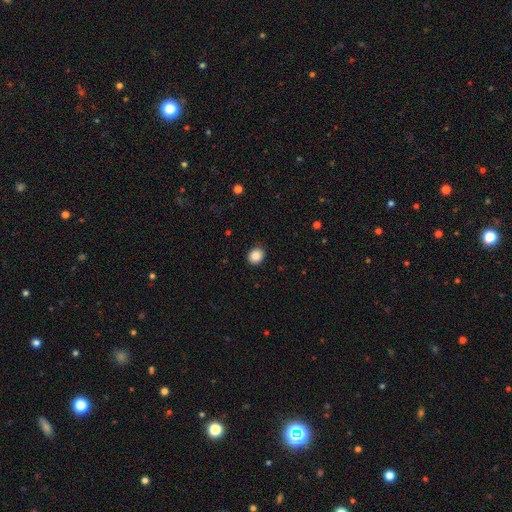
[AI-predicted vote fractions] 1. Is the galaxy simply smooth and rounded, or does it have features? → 88% smooth, 9% star or artifact, 3% featured or disk.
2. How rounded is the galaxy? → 77% round, 22% in between, 1% cigar-shaped.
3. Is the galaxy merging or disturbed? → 89% none, 7% minor disturbance, 2% major disturbance, 1% merger.